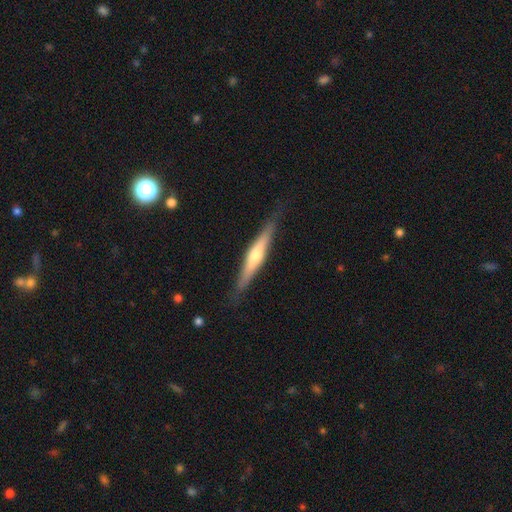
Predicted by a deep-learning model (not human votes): Smooth or featured?
  - featured or disk: 59% *
  - smooth: 35%
  - star or artifact: 6%
Edge-on disk?
  - yes: 95% *
  - no: 5%
Edge-on bulge?
  - rounded: 82% *
  - none: 12%
  - boxy: 6%
Merging?
  - none: 85% *
  - minor disturbance: 11%
  - major disturbance: 2%
  - merger: 1%